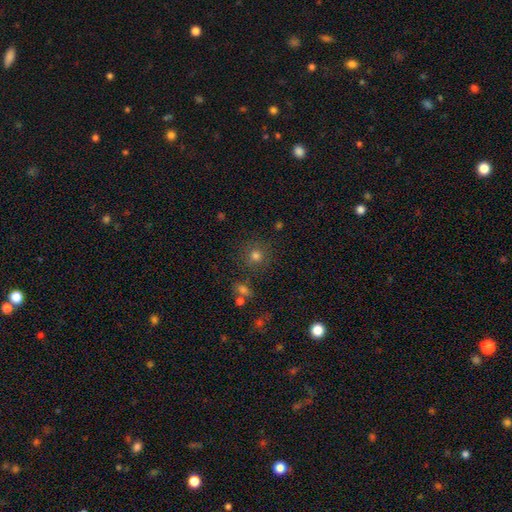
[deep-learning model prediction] Smooth or featured? smooth (73%)
How rounded? round (90%)
Merging? none (82%)